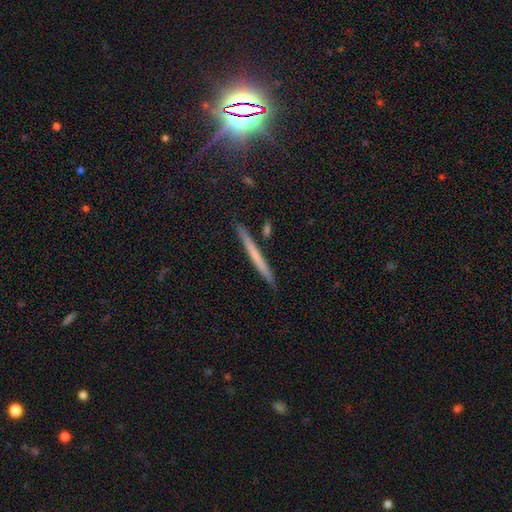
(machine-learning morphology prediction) Smooth or featured: smooth — 52% (featured or disk — 40%)
How rounded: cigar-shaped — 97% (in between — 2%)
Merging: none — 89% (minor disturbance — 7%)